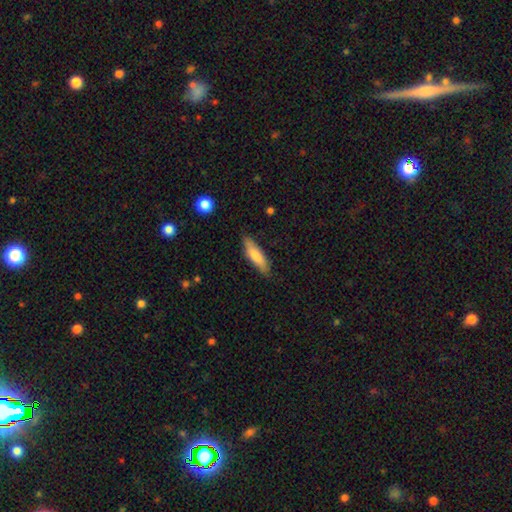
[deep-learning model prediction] smooth 77%, featured or disk 18%, star or artifact 6%. Down the decision tree: how rounded — cigar-shaped (61%); merging — none (83%).